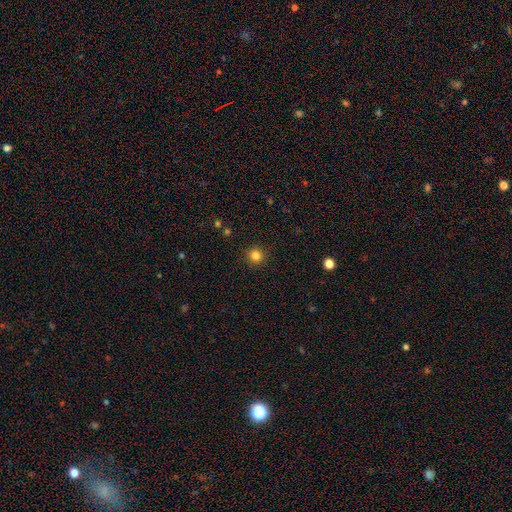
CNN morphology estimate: Smooth or featured: smooth — 82% (star or artifact — 13%)
How rounded: round — 94% (in between — 5%)
Merging: none — 92% (minor disturbance — 5%)